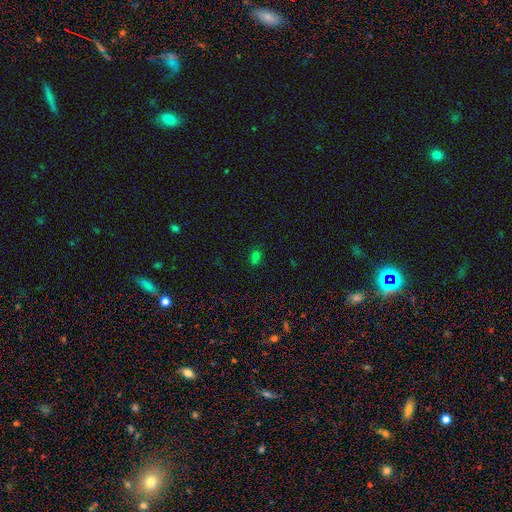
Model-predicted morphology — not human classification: Smooth or featured? Predicted: smooth (p=0.60). How rounded? Predicted: round (p=0.60). Merging? Predicted: none (p=0.55).